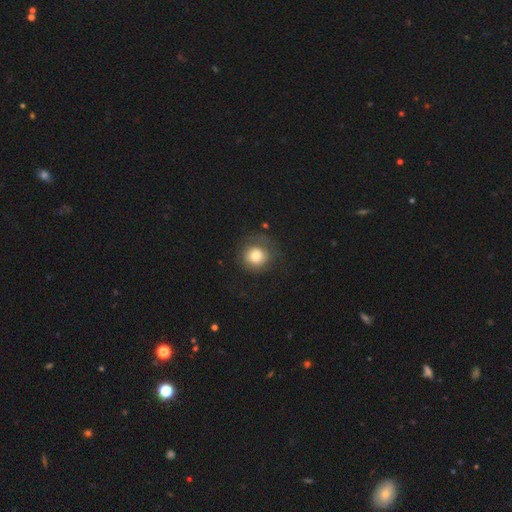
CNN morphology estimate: Smooth or featured: smooth — 70% (featured or disk — 21%)
How rounded: round — 92% (in between — 7%)
Merging: none — 62% (minor disturbance — 18%)